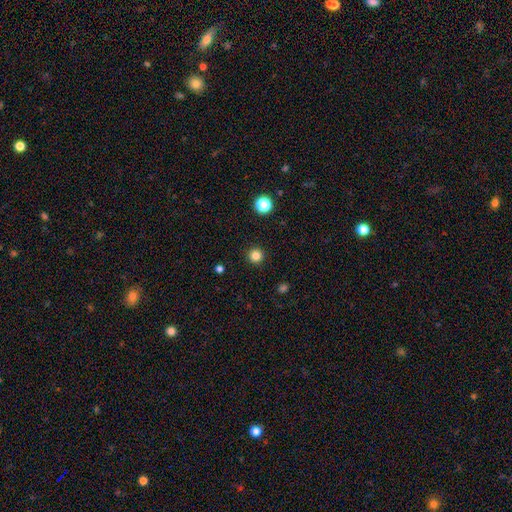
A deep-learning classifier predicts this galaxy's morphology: A smooth galaxy with no disk features (83%) that is round (96%). Merging: none (93%).